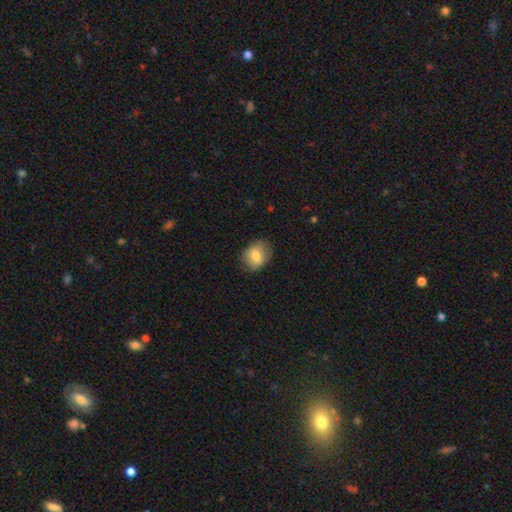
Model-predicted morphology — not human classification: Smooth or featured: smooth — 77% (featured or disk — 15%)
How rounded: in between — 57% (round — 42%)
Merging: none — 74% (minor disturbance — 20%)